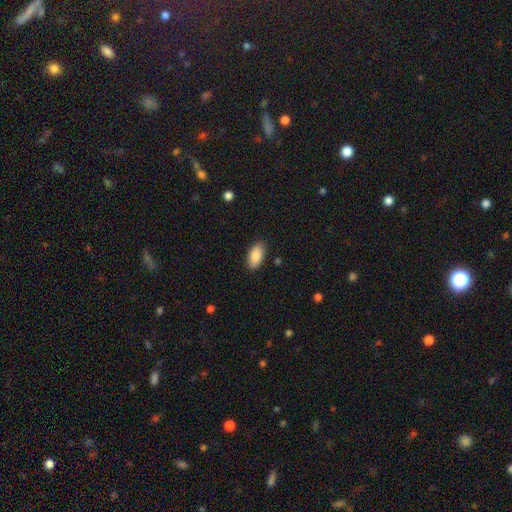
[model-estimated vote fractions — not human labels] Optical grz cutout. It shows a smooth galaxy with no disk features (87%) that is in between round and cigar-shaped (93%). Merging: none (86%).